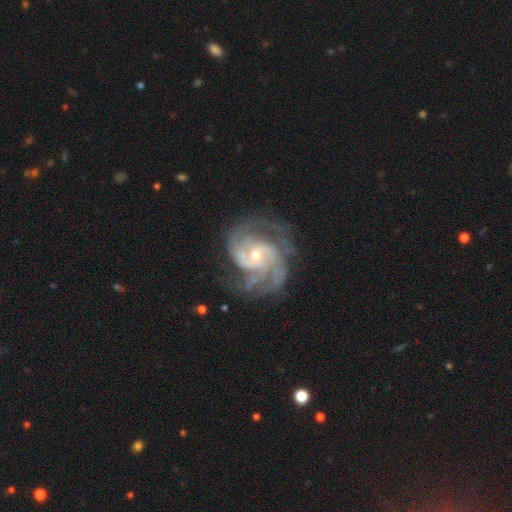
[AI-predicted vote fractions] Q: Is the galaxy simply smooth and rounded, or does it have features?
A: featured or disk — 92%.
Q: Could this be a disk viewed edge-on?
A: no — 98%.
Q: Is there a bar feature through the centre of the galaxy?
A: no — 51%.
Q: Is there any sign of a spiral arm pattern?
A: yes — 98%.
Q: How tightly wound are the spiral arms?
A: tight — 48%.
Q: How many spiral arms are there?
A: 3 — 36%.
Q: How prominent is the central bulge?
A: small — 51%.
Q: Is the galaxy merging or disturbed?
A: none — 69%.